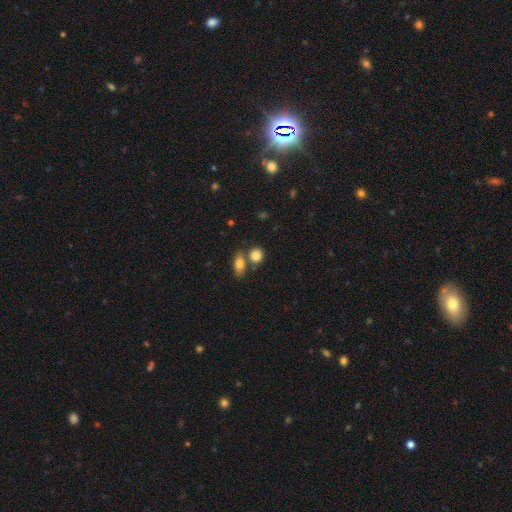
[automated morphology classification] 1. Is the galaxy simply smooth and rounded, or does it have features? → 84% smooth, 9% star or artifact, 8% featured or disk.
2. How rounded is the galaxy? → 65% round, 32% in between, 2% cigar-shaped.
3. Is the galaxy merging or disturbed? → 55% none, 32% merger, 10% minor disturbance, 3% major disturbance.